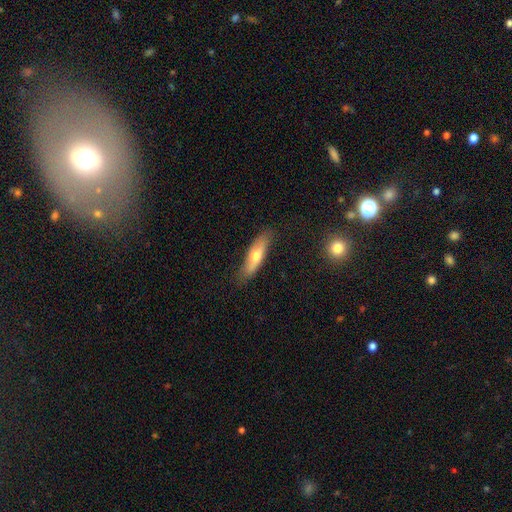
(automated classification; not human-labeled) Smooth or featured? Predicted: smooth (p=0.61). How rounded? Predicted: cigar-shaped (p=0.56). Merging? Predicted: none (p=0.82).